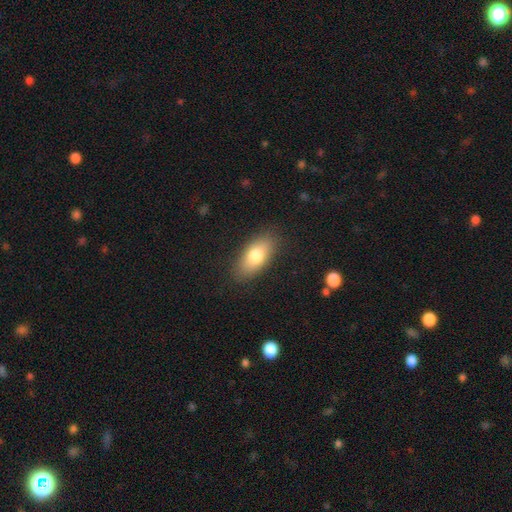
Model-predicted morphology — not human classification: The model was most divided on "smooth or featured": smooth: 76%, featured or disk: 17%, star or artifact: 7%. More confident: how rounded — in between (87%); merging — none (85%).